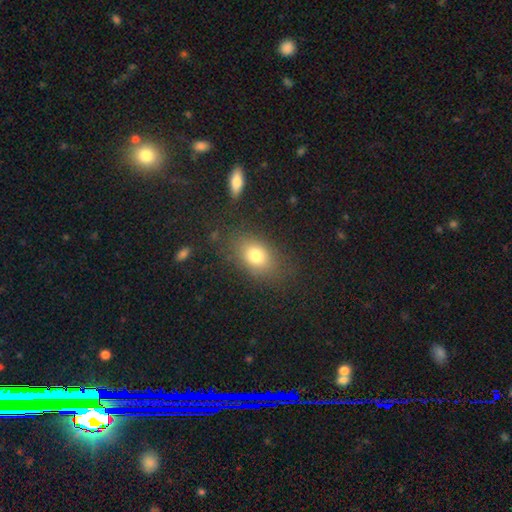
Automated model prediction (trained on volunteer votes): Overall: smooth (77%). How rounded: in between (77%). Merging: none (78%).